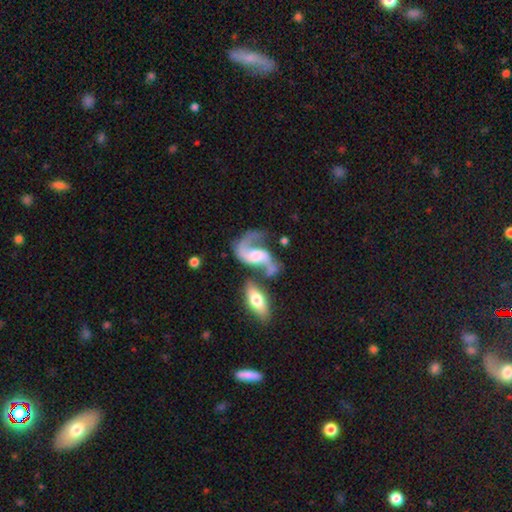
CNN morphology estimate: This appears to be a featured or disk galaxy (87%) with no bar (41%, tied with weak), 2 (85%) loose (66%) spiral arms (95%) and a moderate central bulge (46%). Merging: none (38%).